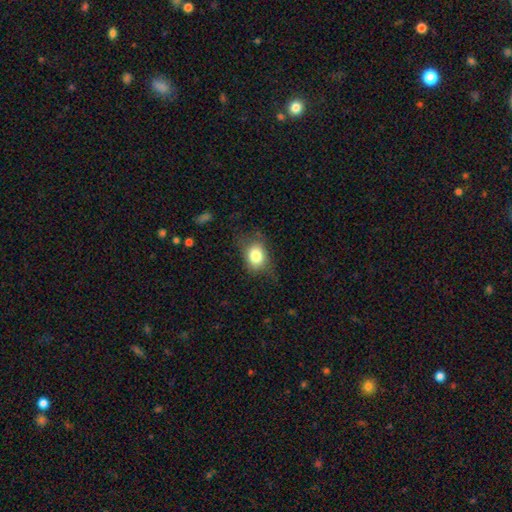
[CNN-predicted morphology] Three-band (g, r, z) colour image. It shows a smooth galaxy with no disk features (79%) that is in between round and cigar-shaped (59%). Merging: none (63%).